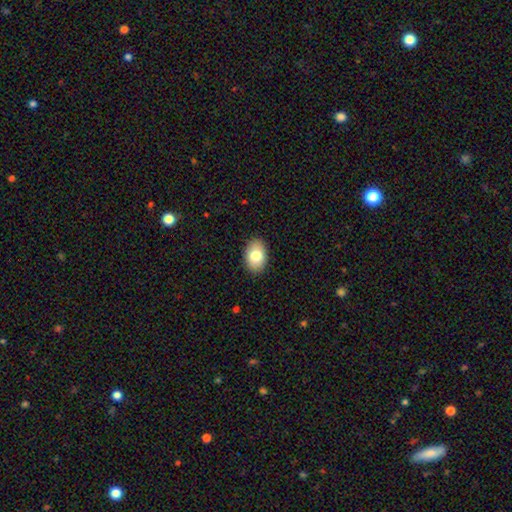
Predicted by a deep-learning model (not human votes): A smooth galaxy with no disk features (80%) that is in between round and cigar-shaped (86%). Merging: none (89%).